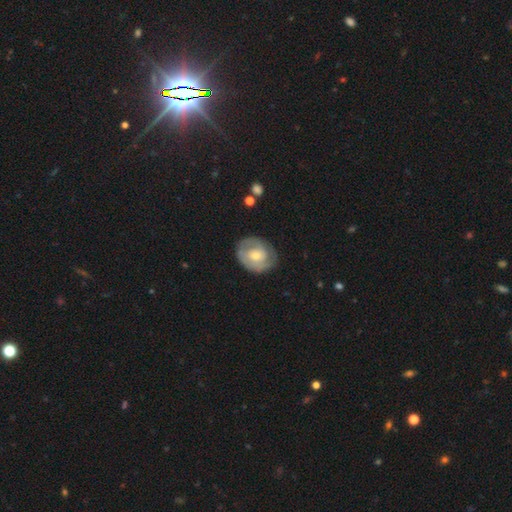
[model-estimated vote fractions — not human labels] A featured or disk galaxy (61%) with no bar (67%), spiral arms (64%) and a moderate central bulge (54%).

Vote fractions:
- Smooth or featured? featured or disk: 61% / smooth: 33% / star or artifact: 6%
- Edge-on disk? no: 96% / yes: 4%
- Bar? no: 67% / weak: 27% / strong: 6%
- Spiral arms? yes: 64% / no: 36%
- Bulge size? moderate: 54% / small: 38% / large: 5% / none: 2% / dominant: 1%
- Merging? none: 73% / minor disturbance: 19% / major disturbance: 7% / merger: 1%